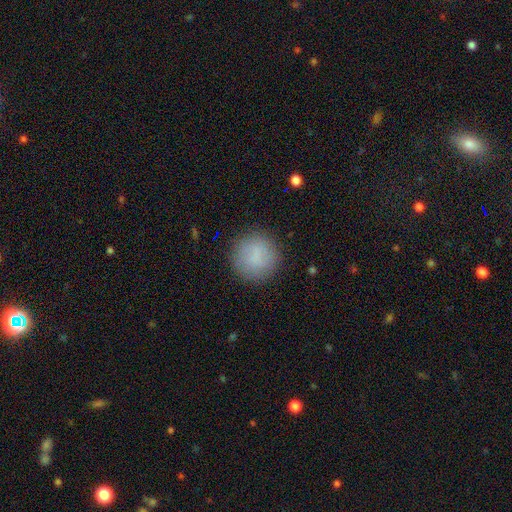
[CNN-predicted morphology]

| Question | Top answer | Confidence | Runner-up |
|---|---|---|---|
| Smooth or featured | smooth | 82% | featured or disk (10%) |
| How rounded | round | 93% | in between (6%) |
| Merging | none | 86% | minor disturbance (9%) |